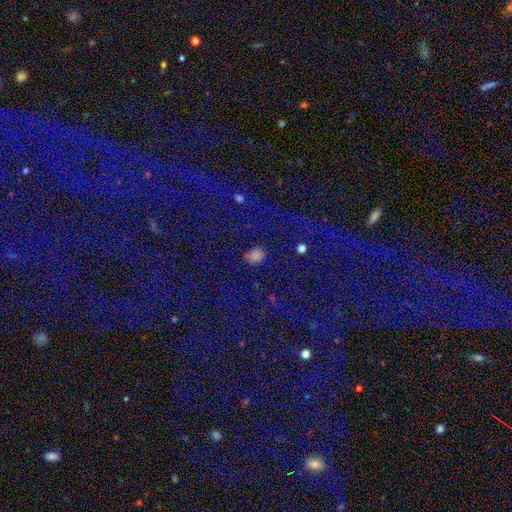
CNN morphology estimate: The model was most divided on "how rounded": round: 56%, in between: 42%, cigar-shaped: 2%. More confident: merging — none (81%); smooth or featured — smooth (59%).